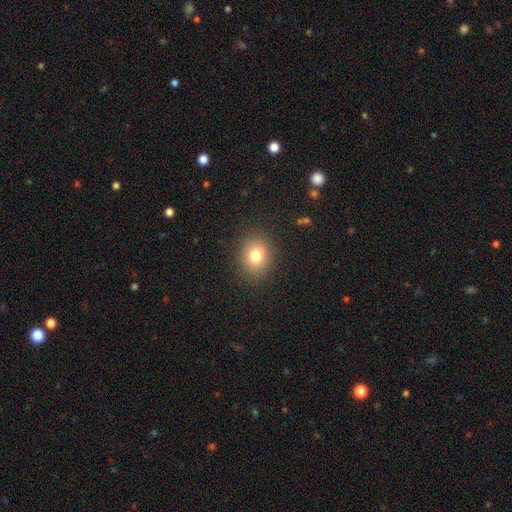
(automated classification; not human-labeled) smooth 75%, star or artifact 13%, featured or disk 12%. Down the decision tree: how rounded — round (61%); merging — none (80%).